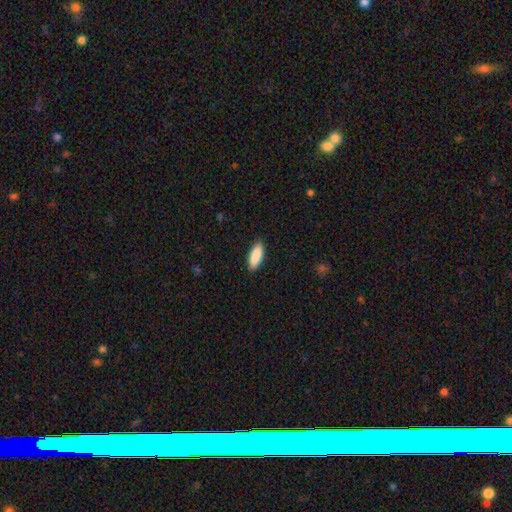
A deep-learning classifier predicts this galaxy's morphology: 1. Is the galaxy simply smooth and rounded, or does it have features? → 90% smooth, 5% star or artifact, 5% featured or disk.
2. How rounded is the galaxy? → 71% in between, 27% cigar-shaped, 2% round.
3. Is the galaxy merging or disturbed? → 89% none, 8% minor disturbance, 2% major disturbance, 1% merger.